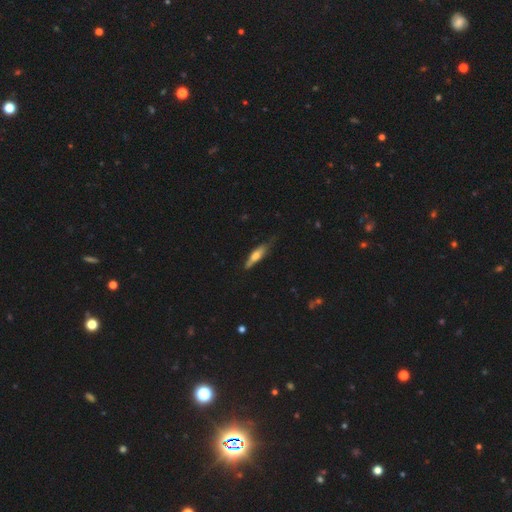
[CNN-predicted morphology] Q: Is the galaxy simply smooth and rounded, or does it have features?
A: smooth — 55%.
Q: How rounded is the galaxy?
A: cigar-shaped — 67%.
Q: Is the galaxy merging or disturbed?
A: none — 57%.